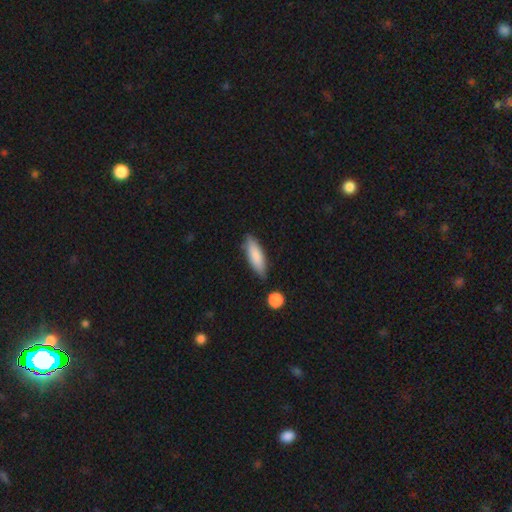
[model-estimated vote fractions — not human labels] Overall: smooth (83%). How rounded: in between (51%; cigar-shaped 47%). Merging: none (79%).